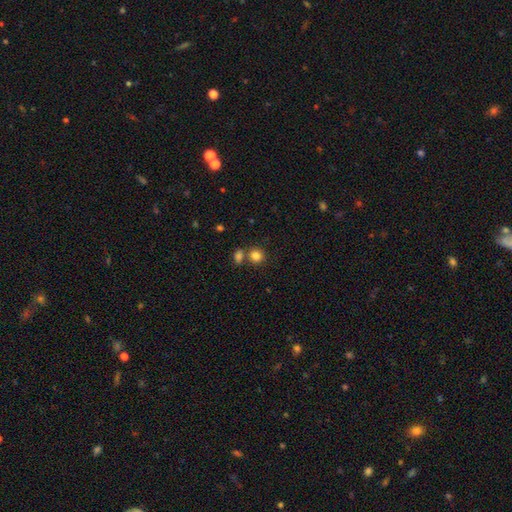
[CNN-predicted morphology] This appears to be a smooth galaxy with no disk features (82%) that is round (84%). Merging: none (65%).